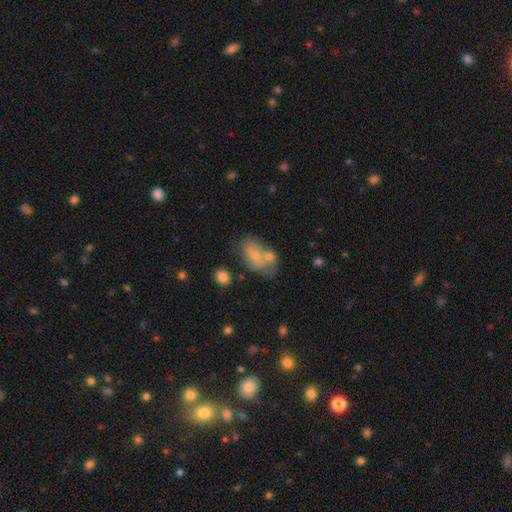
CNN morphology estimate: This is likely a smooth galaxy (64%). How rounded: clearly in between (86%). Merging: marginally none (38%).